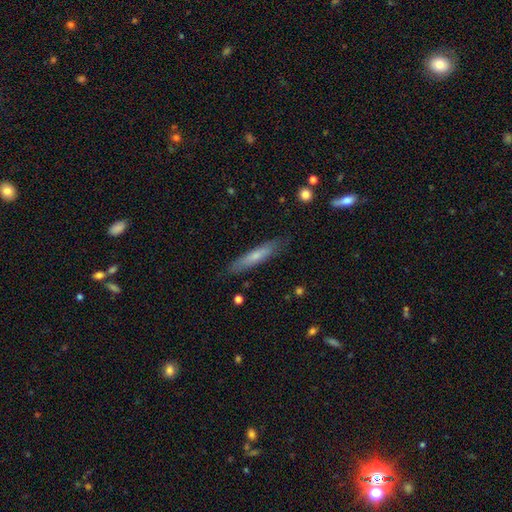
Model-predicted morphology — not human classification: Smooth or featured?
  - smooth: 63% *
  - featured or disk: 31%
  - star or artifact: 6%
How rounded?
  - cigar-shaped: 88% *
  - in between: 11%
  - round: 1%
Merging?
  - none: 83% *
  - minor disturbance: 13%
  - major disturbance: 2%
  - merger: 1%